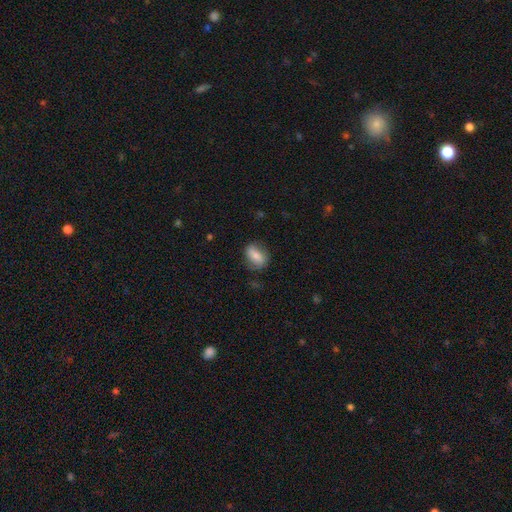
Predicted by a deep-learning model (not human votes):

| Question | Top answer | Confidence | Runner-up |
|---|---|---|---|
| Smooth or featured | smooth | 74% | featured or disk (19%) |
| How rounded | in between | 79% | round (17%) |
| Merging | none | 72% | minor disturbance (20%) |